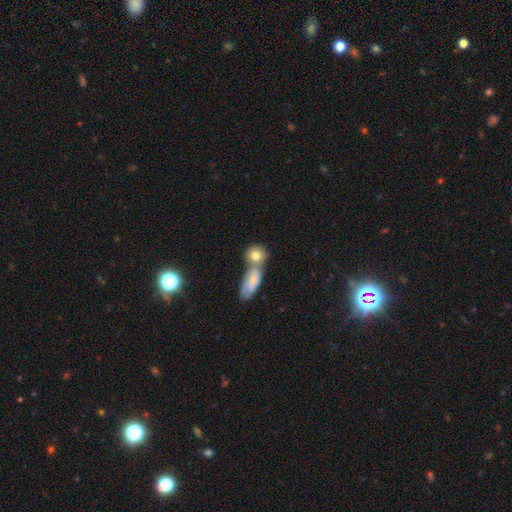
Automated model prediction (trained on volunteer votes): Smooth or featured? Predicted: smooth (p=0.75). How rounded? Predicted: round (p=0.72). Merging? Predicted: merger (p=0.44).